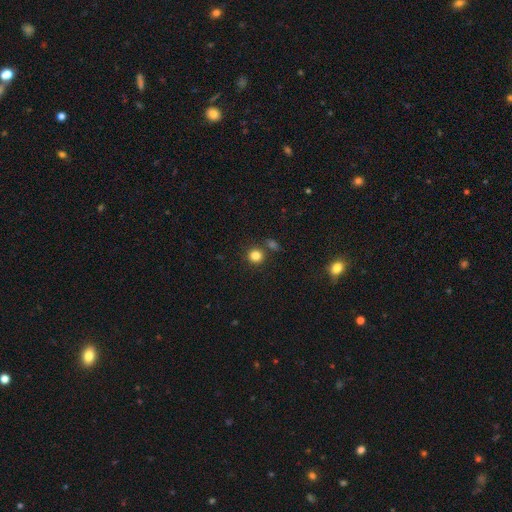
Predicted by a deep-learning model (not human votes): smooth_or_featured: smooth (p=0.82) [alt: star or artifact p=0.13]
how_rounded: round (p=0.90) [alt: in between p=0.09]
merging: none (p=0.79) [alt: merger p=0.11]